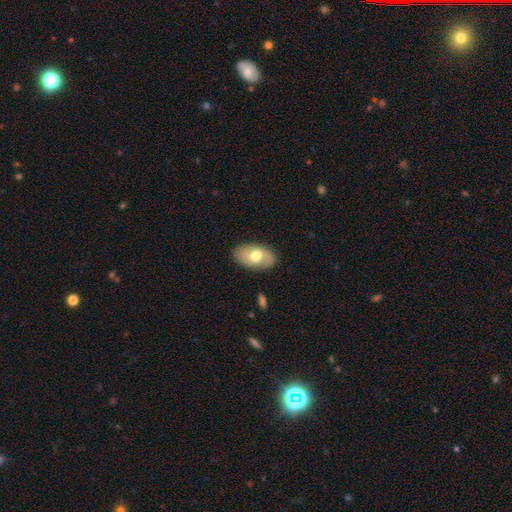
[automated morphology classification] Overall: smooth (61%; featured or disk 33%). How rounded: in between (91%). Merging: none (82%).